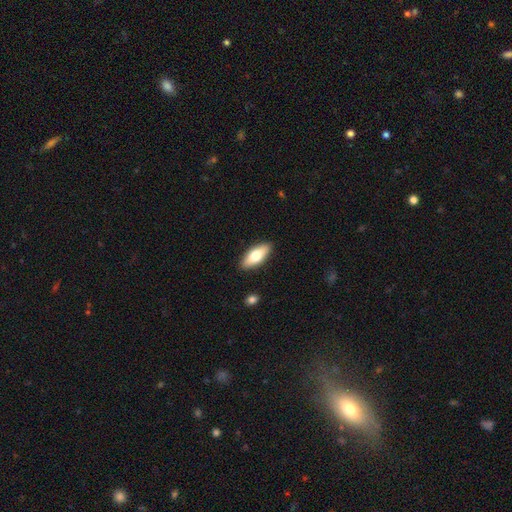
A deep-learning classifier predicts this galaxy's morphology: The model was most divided on "smooth or featured": smooth: 67%, featured or disk: 27%, star or artifact: 6%. More confident: merging — none (89%); how rounded — in between (74%).